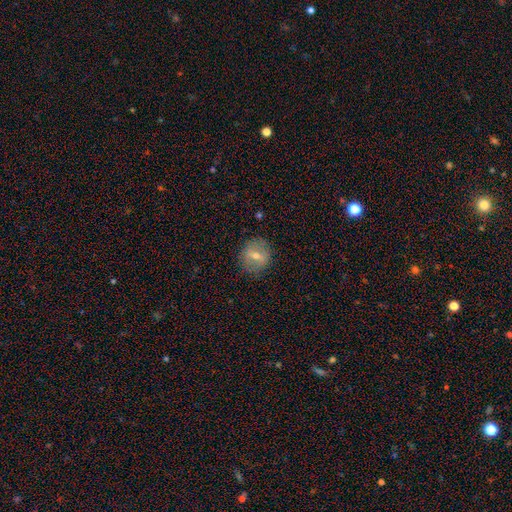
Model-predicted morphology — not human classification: The model was most divided on "smooth or featured": smooth: 47%, featured or disk: 42%, star or artifact: 11%. More confident: merging — none (86%).